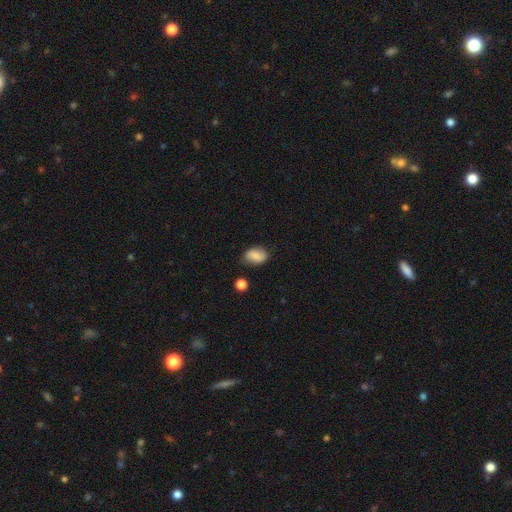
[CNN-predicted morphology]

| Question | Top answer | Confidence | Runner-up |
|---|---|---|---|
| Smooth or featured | smooth | 79% | featured or disk (12%) |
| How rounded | in between | 85% | round (14%) |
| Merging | none | 71% | minor disturbance (21%) |